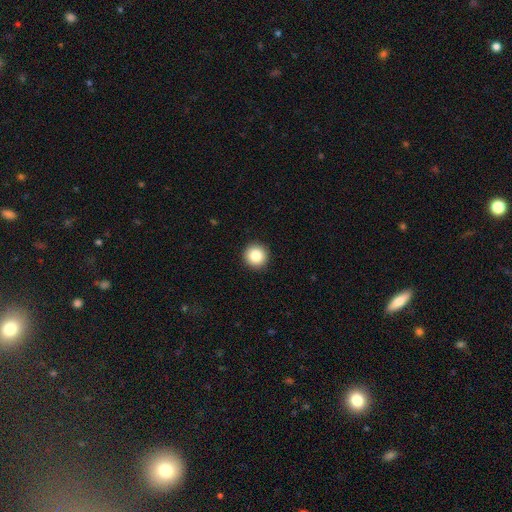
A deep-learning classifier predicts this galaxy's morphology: A smooth galaxy with no disk features (85%) that is round (96%).

Vote fractions:
- Smooth or featured? smooth: 85% / star or artifact: 9% / featured or disk: 6%
- How rounded? round: 96% / in between: 3% / cigar-shaped: 1%
- Merging? none: 93% / minor disturbance: 4% / major disturbance: 1% / merger: 1%